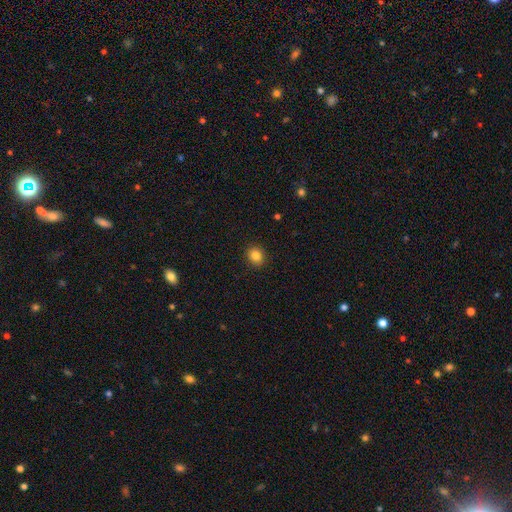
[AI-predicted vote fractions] Smooth or featured: smooth — 84% (star or artifact — 11%)
How rounded: round — 76% (in between — 23%)
Merging: none — 91% (minor disturbance — 6%)